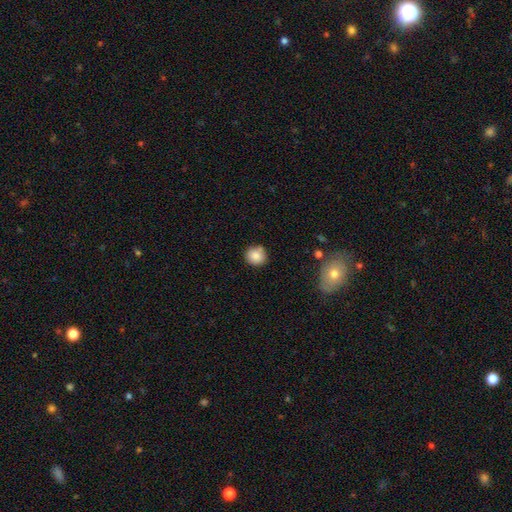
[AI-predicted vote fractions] smooth-or-featured: smooth: 84% | star or artifact: 9% | featured or disk: 7%
  how-rounded: round: 87% | in between: 12% | cigar-shaped: 1%
  merging: none: 76% | minor disturbance: 14% | merger: 6% | major disturbance: 3%